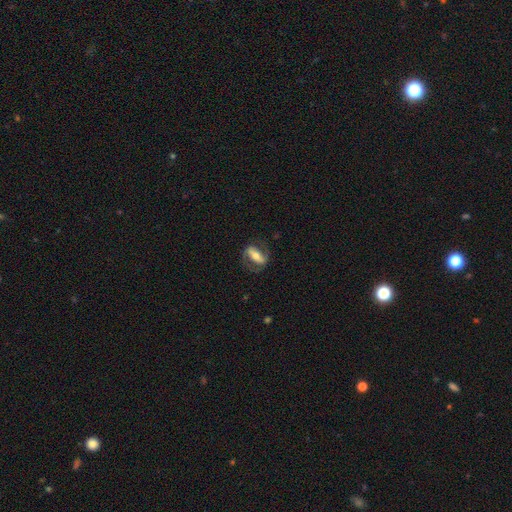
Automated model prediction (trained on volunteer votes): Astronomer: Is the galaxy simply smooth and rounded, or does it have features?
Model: featured or disk — 68%.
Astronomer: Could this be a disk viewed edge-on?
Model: no — 88%.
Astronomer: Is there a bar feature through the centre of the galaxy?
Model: strong — 62%.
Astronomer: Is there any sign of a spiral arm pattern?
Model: yes — 79%.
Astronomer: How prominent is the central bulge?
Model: moderate — 59%.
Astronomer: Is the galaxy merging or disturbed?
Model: none — 71%.